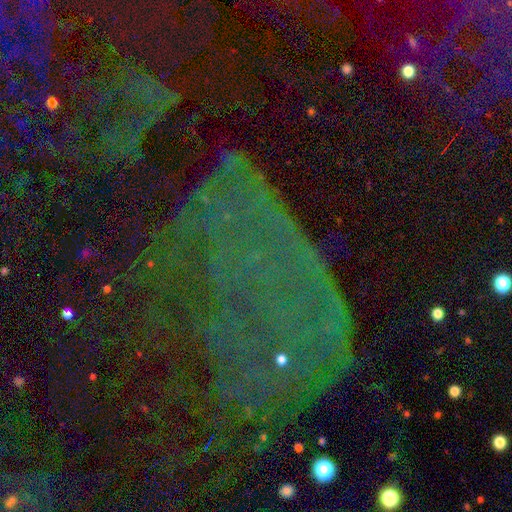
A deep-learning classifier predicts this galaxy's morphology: Smooth or featured? star or artifact (74%)